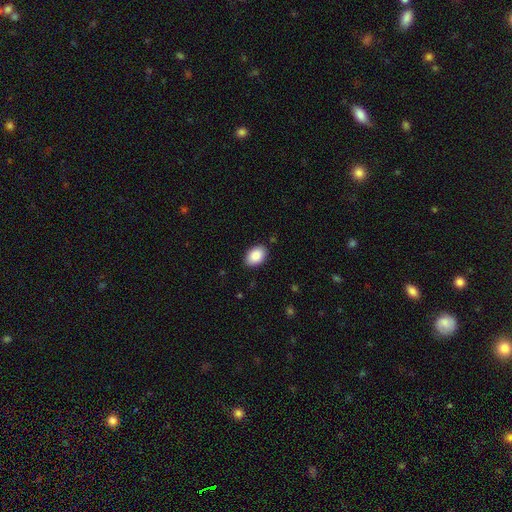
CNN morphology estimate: smooth_or_featured: smooth (p=0.89) [alt: star or artifact p=0.07]
how_rounded: in between (p=0.87) [alt: round p=0.12]
merging: none (p=0.88) [alt: minor disturbance p=0.09]